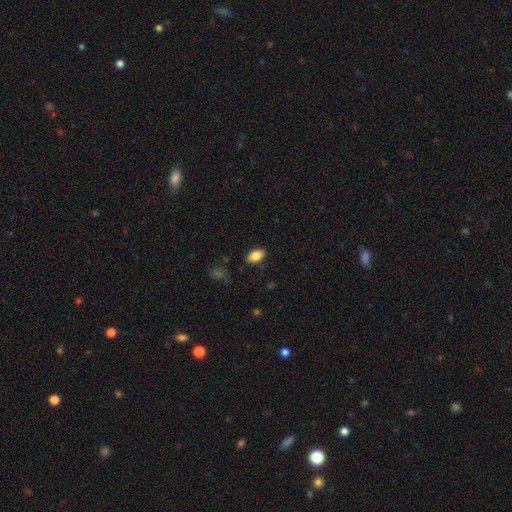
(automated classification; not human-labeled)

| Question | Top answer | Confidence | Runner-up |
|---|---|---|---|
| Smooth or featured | smooth | 86% | star or artifact (8%) |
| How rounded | in between | 92% | round (6%) |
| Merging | none | 87% | minor disturbance (10%) |